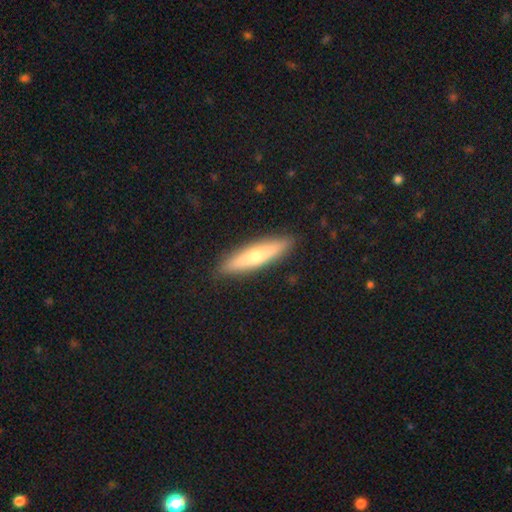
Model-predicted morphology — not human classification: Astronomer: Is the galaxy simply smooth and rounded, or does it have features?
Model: smooth — 49% (runner-up: featured or disk, 43%).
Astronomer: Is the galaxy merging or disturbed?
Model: none — 91%.